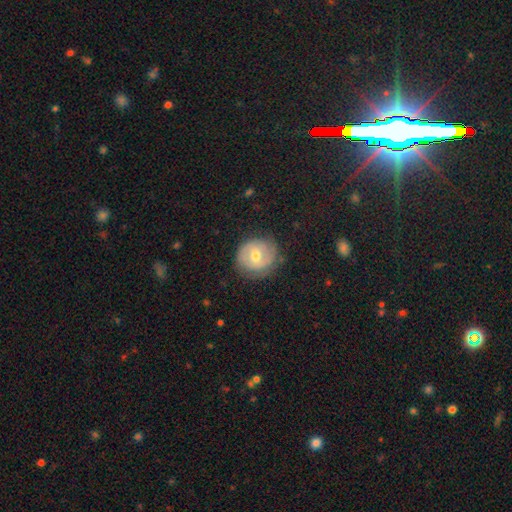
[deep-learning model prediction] Smooth or featured? featured or disk (55%)
Edge-on disk? no (97%)
Bar? weak (45%)
Spiral arms? yes (71%)
Bulge size? moderate (70%)
Merging? none (77%)